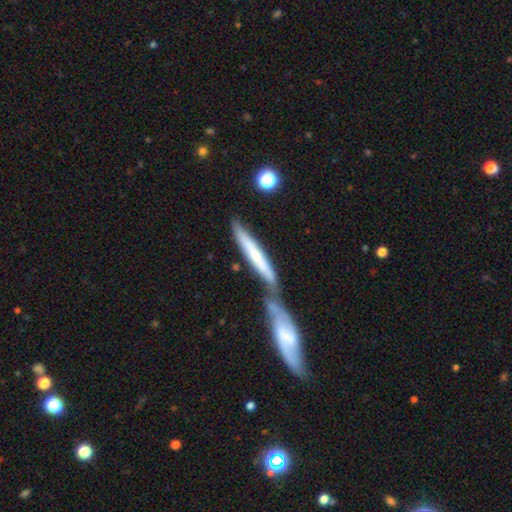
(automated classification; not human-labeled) This appears to be a smooth galaxy with no disk features (52%) that is cigar-shaped (89%). Merging: merger (54%).